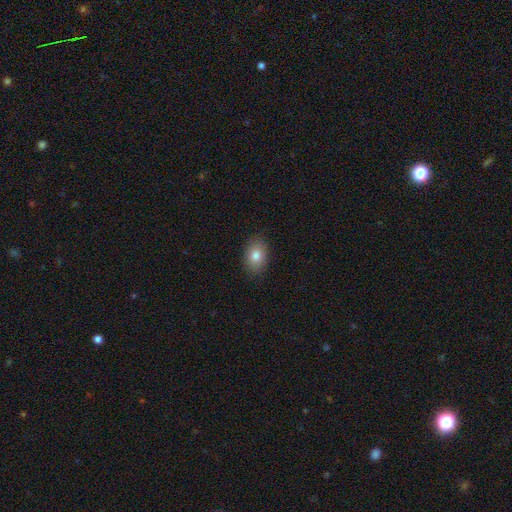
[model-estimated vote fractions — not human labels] This is clearly a smooth galaxy (81%). How rounded: clearly in between (80%). Merging: clearly none (88%).